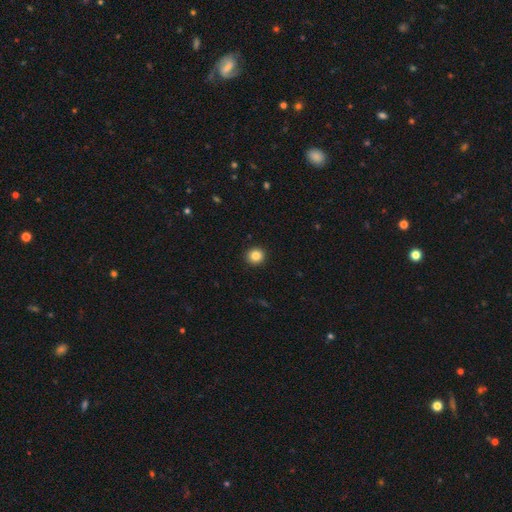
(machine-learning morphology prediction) This is clearly a smooth galaxy (84%). How rounded: clearly round (91%). Merging: clearly none (93%).